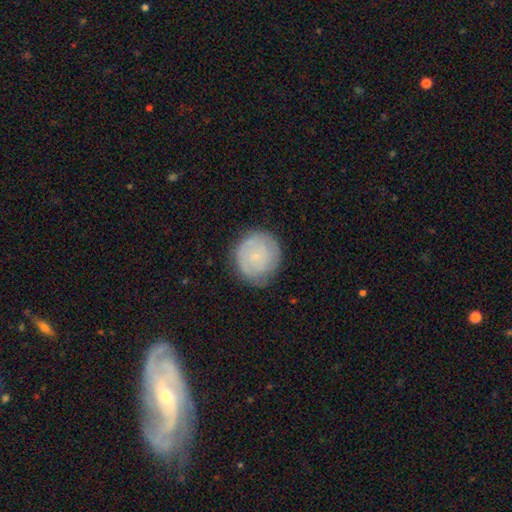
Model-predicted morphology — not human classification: A featured or disk galaxy (50%). Merging: none (78%).